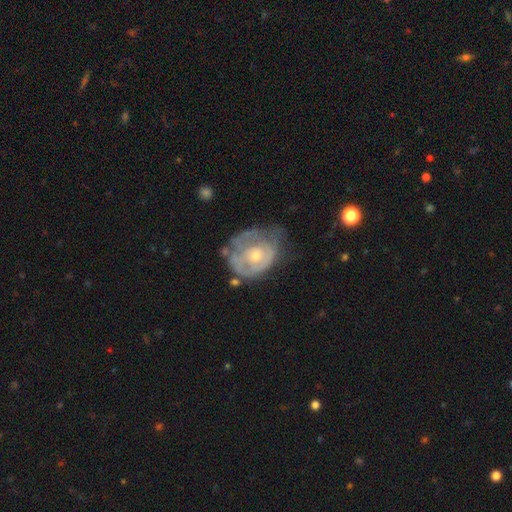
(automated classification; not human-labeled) smooth_or_featured: featured or disk (p=0.68) [alt: smooth p=0.25]
disk_edge_on: no (p=0.97) [alt: yes p=0.03]
bar: no (p=0.81) [alt: weak p=0.16]
has_spiral_arms: yes (p=0.59) [alt: no p=0.41]
bulge_size: small (p=0.57) [alt: moderate p=0.39]
merging: none (p=0.41) [alt: minor disturbance p=0.32]